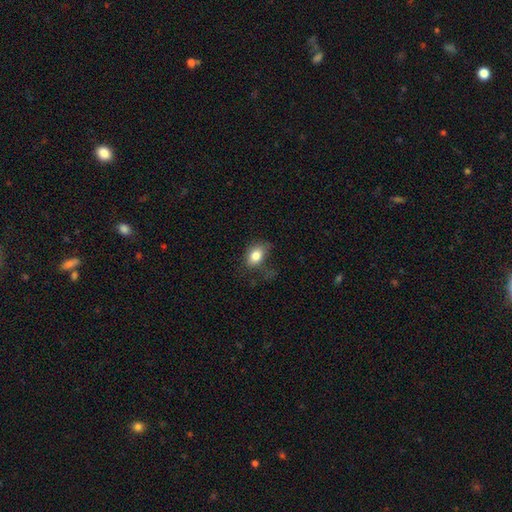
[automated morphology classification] Smooth or featured? smooth (81%)
How rounded? in between (78%)
Merging? none (53%)